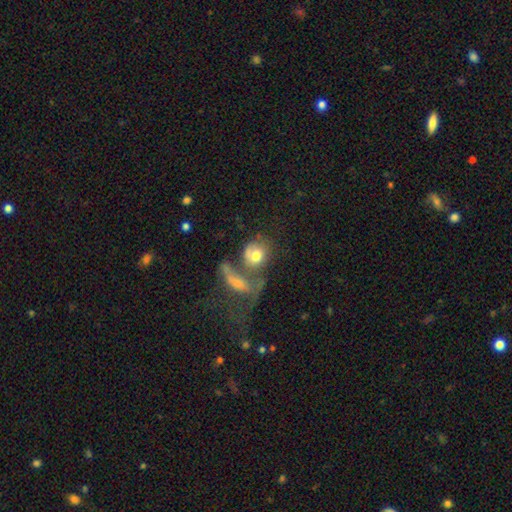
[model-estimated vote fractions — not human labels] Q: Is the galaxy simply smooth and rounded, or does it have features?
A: smooth — 60%.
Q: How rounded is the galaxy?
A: round — 60%.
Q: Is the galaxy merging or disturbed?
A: merger — 54%.